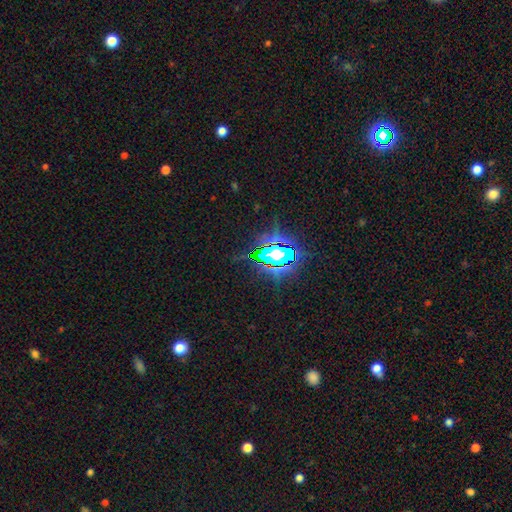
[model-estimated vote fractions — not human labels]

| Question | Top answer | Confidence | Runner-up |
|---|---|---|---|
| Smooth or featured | star or artifact | 82% | smooth (11%) |